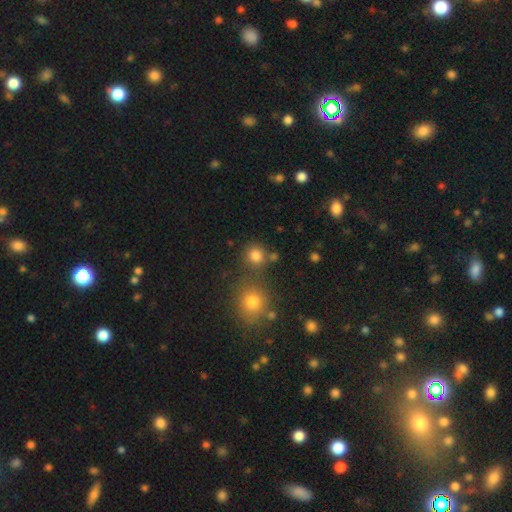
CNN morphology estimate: smooth-or-featured: smooth: 80% | star or artifact: 15% | featured or disk: 6%
  how-rounded: round: 87% | in between: 12% | cigar-shaped: 1%
  merging: none: 71% | merger: 16% | minor disturbance: 9% | major disturbance: 4%